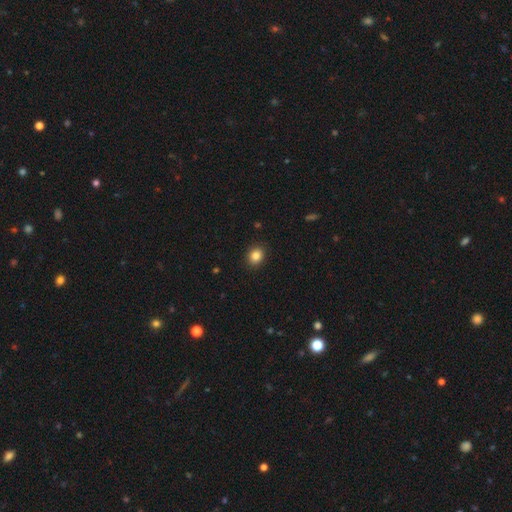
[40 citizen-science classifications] Smooth or featured: smooth — 82% (star or artifact — 10%)
How rounded: round — 58% (in between — 42%)
Merging: none — 92% (minor disturbance — 6%)